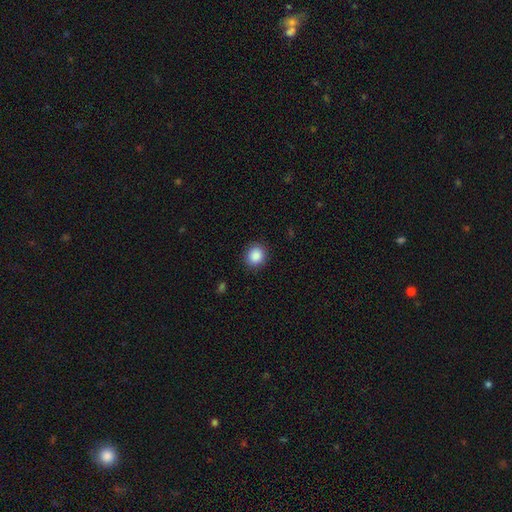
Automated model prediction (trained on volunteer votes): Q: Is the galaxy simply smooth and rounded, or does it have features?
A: smooth — 88%.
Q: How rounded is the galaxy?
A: round — 82%.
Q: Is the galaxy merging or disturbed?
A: none — 89%.